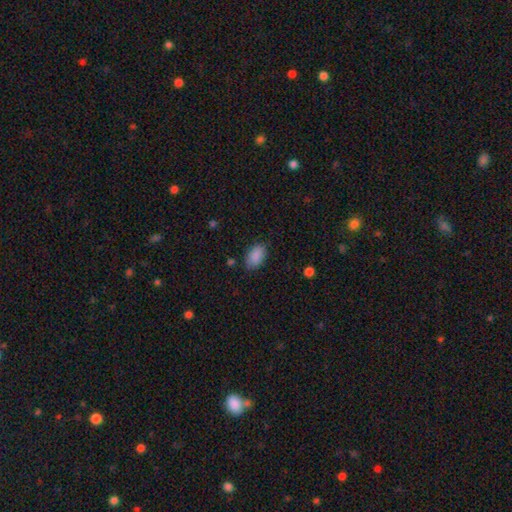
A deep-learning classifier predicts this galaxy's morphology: Smooth or featured?
  - smooth: 89% *
  - star or artifact: 7%
  - featured or disk: 4%
How rounded?
  - in between: 92% *
  - round: 7%
  - cigar-shaped: 2%
Merging?
  - none: 83% *
  - minor disturbance: 13%
  - major disturbance: 3%
  - merger: 1%